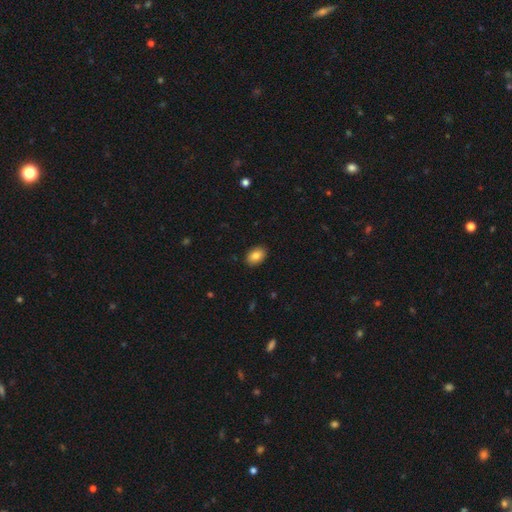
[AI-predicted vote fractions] Q: Smooth or featured?
A: smooth (86%); runner-up: star or artifact (8%)
Q: How rounded?
A: in between (87%); runner-up: round (12%)
Q: Merging?
A: none (90%); runner-up: minor disturbance (8%)